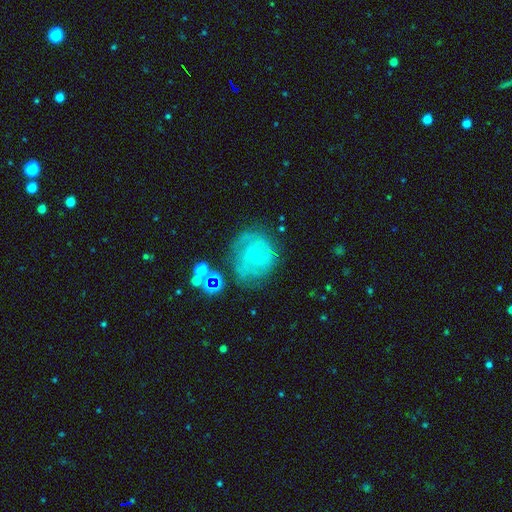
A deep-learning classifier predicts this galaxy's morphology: This appears to be a featured or disk galaxy (70%) with no bar (75%), tight (63%) spiral arms (87%) and a small central bulge (83%). Merging: none (57%).